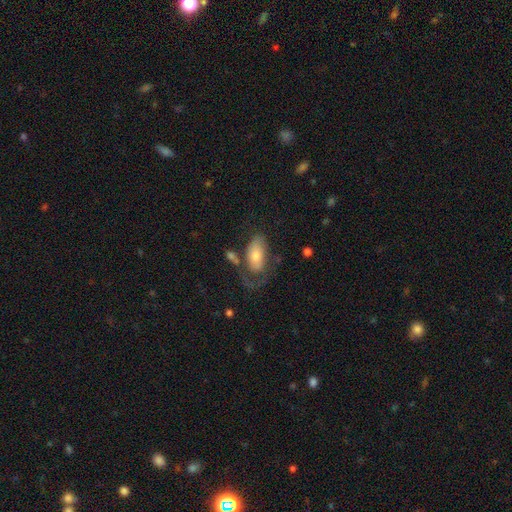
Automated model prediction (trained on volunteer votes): smooth_or_featured: smooth (p=0.57) [alt: featured or disk p=0.36]
how_rounded: in between (p=0.91) [alt: cigar-shaped p=0.05]
merging: major disturbance (p=0.38) [alt: none p=0.32]